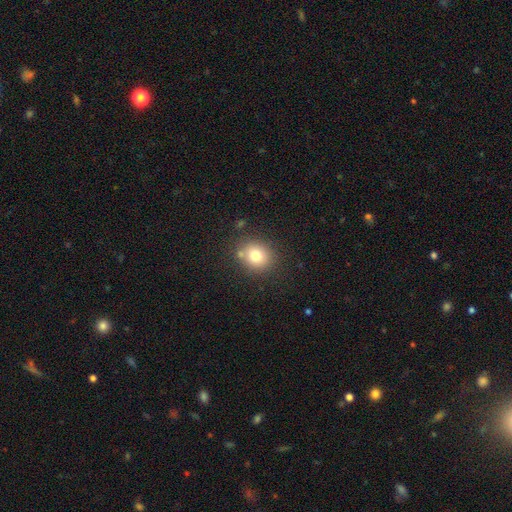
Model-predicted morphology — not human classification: Q: Smooth or featured?
A: smooth (76%); runner-up: star or artifact (12%)
Q: How rounded?
A: round (73%); runner-up: in between (26%)
Q: Merging?
A: none (77%); runner-up: minor disturbance (12%)